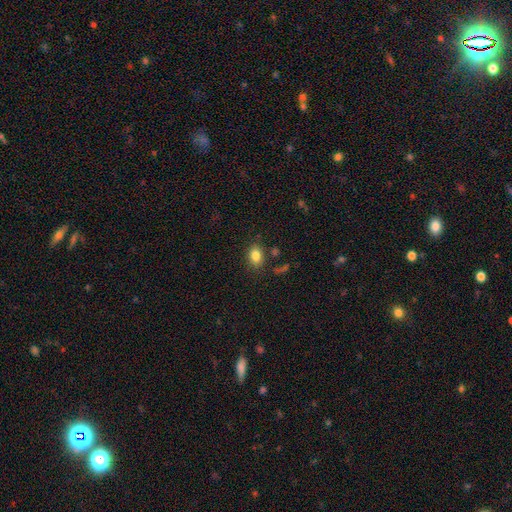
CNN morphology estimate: Q: Smooth or featured?
A: smooth (82%); runner-up: star or artifact (10%)
Q: How rounded?
A: in between (73%); runner-up: round (25%)
Q: Merging?
A: none (80%); runner-up: minor disturbance (12%)